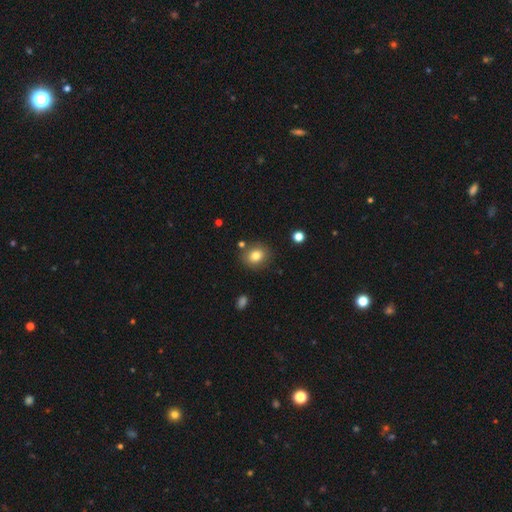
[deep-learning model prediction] Smooth or featured?
  - smooth: 80% *
  - star or artifact: 11%
  - featured or disk: 9%
How rounded?
  - round: 72% *
  - in between: 27%
  - cigar-shaped: 1%
Merging?
  - none: 83% *
  - minor disturbance: 9%
  - merger: 4%
  - major disturbance: 3%